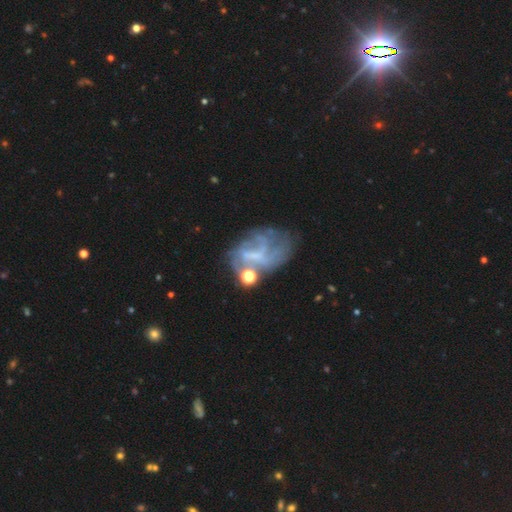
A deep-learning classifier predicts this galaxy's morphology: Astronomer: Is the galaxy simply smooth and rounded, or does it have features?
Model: featured or disk — 64%.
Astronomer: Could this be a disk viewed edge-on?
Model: no — 97%.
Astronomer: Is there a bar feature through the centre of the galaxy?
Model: no — 54% (runner-up: weak, 32%).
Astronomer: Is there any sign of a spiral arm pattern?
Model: no — 53% (runner-up: yes, 47%).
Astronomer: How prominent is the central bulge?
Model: none — 57%.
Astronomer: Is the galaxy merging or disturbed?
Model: none — 37% (runner-up: major disturbance, 30%).